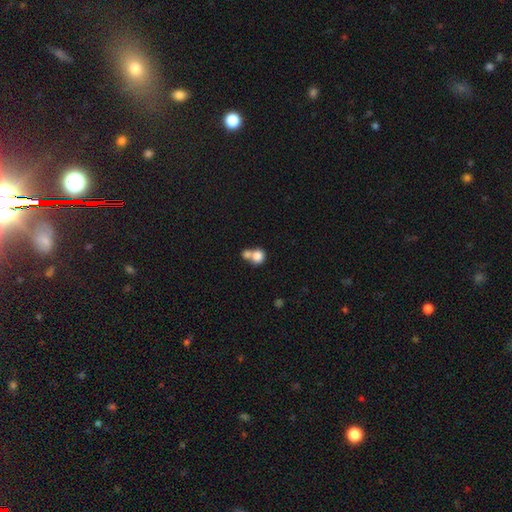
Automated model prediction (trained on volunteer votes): smooth 82%, featured or disk 10%, star or artifact 9%. Down the decision tree: how rounded — round (81%); merging — merger (57%).